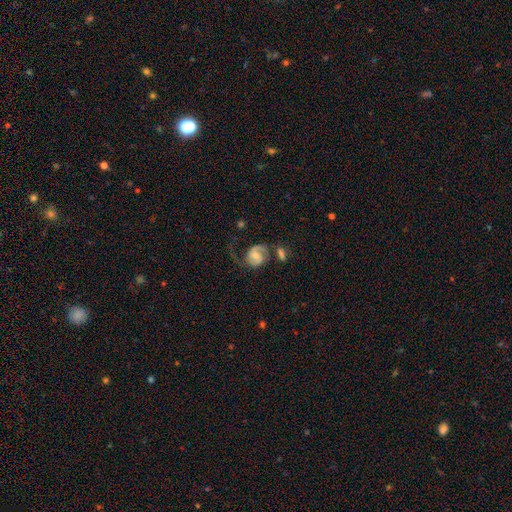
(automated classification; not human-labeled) This is likely a featured or disk galaxy (79%). It is clearly not viewed edge-on (98%). Bar: possibly no (46%). Spiral arm pattern: clearly yes (95%). Spiral arm count: clearly 2 (84%). Spiral winding: possibly medium (48%). Central bulge: marginally small (45%). Merging: possibly none (46%).